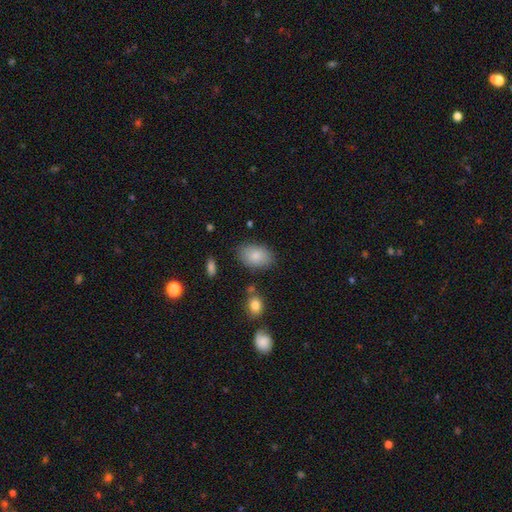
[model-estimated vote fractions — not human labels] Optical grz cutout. It shows a smooth galaxy with no disk features (84%) that is in between round and cigar-shaped (89%). Merging: none (81%).